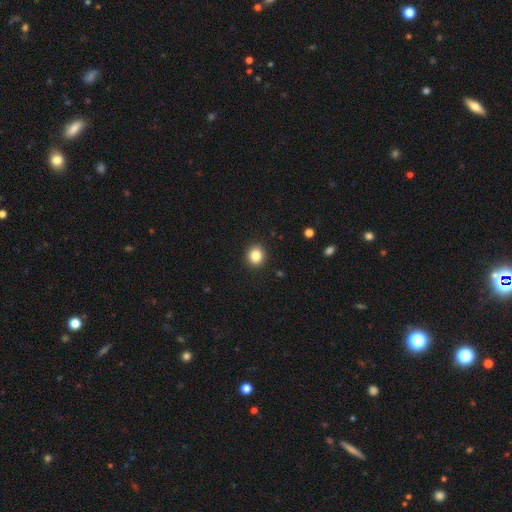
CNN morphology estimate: Smooth or featured?
  - smooth: 85% *
  - star or artifact: 10%
  - featured or disk: 5%
How rounded?
  - round: 83% *
  - in between: 16%
  - cigar-shaped: 1%
Merging?
  - none: 92% *
  - minor disturbance: 6%
  - major disturbance: 2%
  - merger: 1%